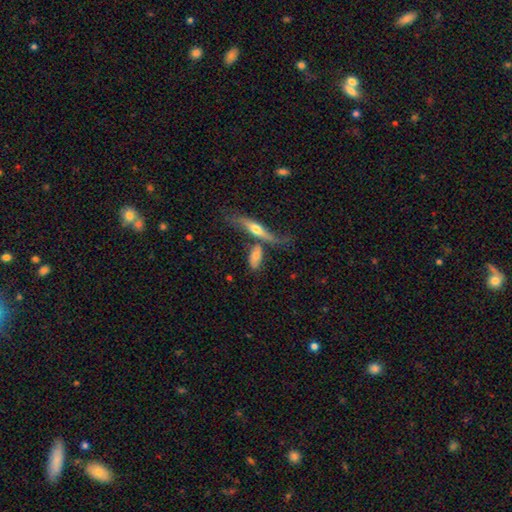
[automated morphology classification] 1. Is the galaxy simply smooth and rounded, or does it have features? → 60% smooth, 33% featured or disk, 8% star or artifact.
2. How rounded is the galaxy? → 74% in between, 21% cigar-shaped, 5% round.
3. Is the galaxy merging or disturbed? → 41% merger, 36% none, 13% minor disturbance, 10% major disturbance.